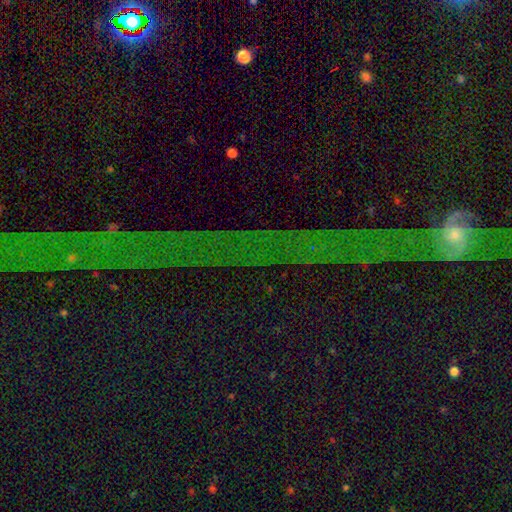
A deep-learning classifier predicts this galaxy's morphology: This is likely a star or artifact rather than a galaxy (72%).